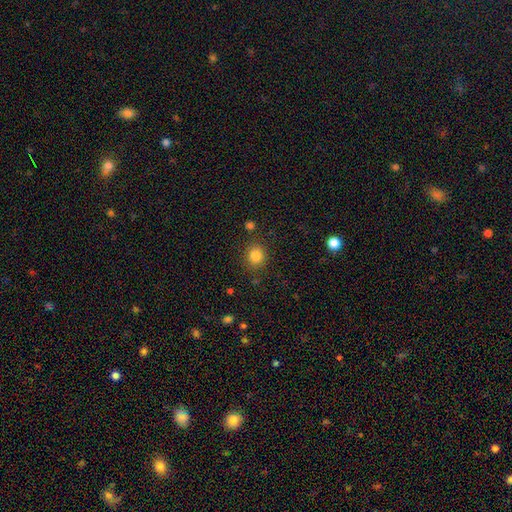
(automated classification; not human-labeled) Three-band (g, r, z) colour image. It shows a smooth galaxy with no disk features (84%) that is round (85%). Merging: none (84%).